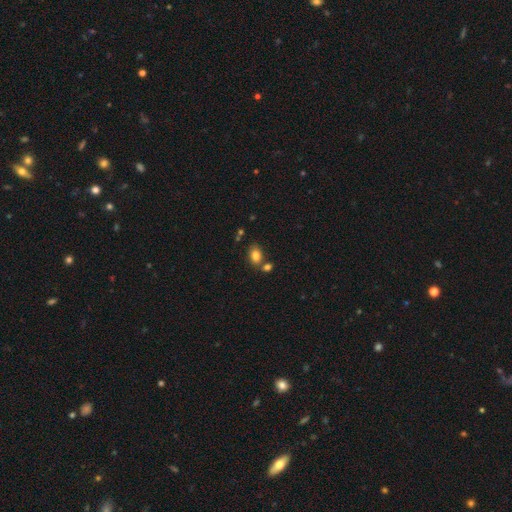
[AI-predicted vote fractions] Smooth or featured: smooth — 82% (star or artifact — 10%)
How rounded: in between — 81% (round — 18%)
Merging: none — 66% (merger — 18%)